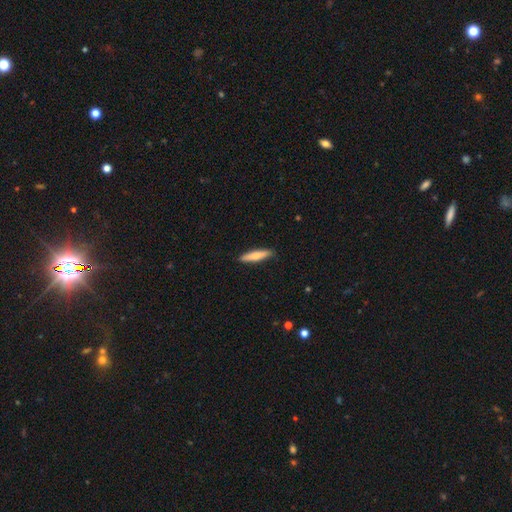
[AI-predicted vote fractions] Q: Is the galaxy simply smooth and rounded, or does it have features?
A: smooth — 70%.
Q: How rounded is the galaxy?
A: cigar-shaped — 83%.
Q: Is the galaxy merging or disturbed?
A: none — 88%.